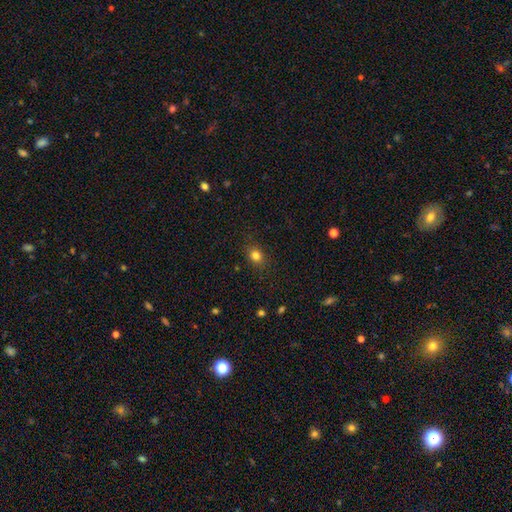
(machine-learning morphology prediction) Smooth or featured: smooth — 80% (star or artifact — 13%)
How rounded: round — 52% (in between — 47%)
Merging: none — 86% (minor disturbance — 10%)